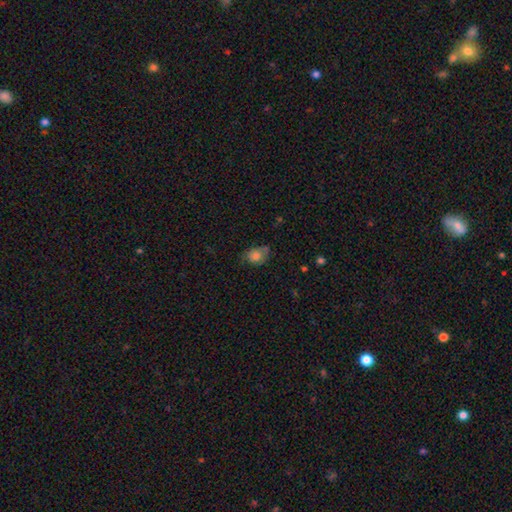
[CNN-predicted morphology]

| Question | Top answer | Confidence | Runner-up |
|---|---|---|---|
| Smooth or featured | smooth | 78% | featured or disk (11%) |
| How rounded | in between | 52% | round (47%) |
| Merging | none | 57% | minor disturbance (30%) |